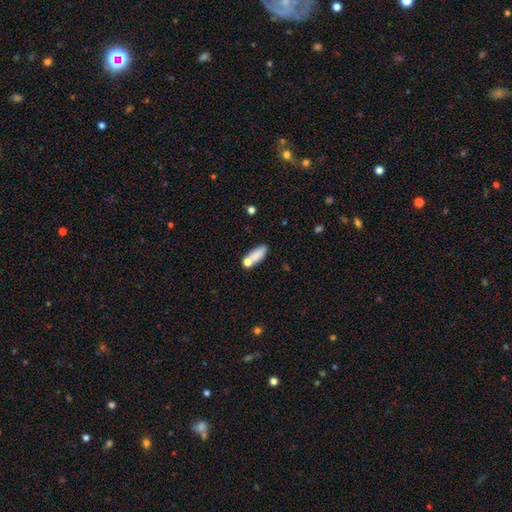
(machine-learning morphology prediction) Smooth or featured: smooth — 79% (featured or disk — 12%)
How rounded: in between — 60% (cigar-shaped — 36%)
Merging: none — 57% (merger — 22%)